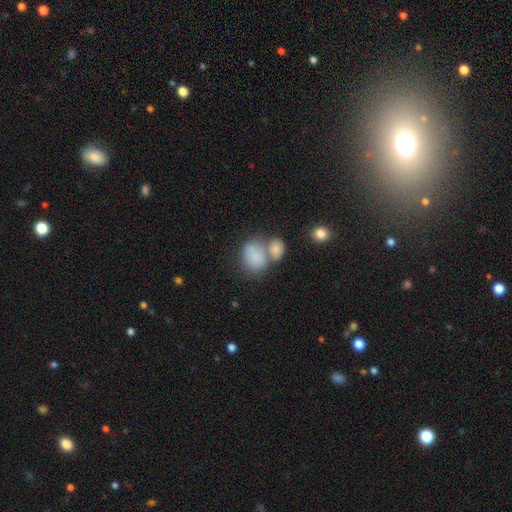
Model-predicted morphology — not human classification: Overall: smooth (82%). How rounded: in between (74%). Merging: merger (49%; none 31%).